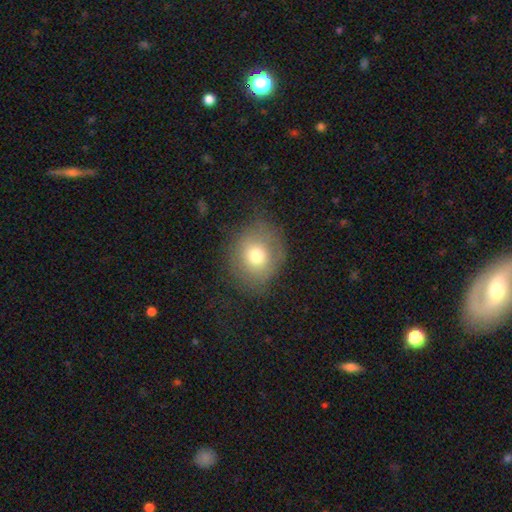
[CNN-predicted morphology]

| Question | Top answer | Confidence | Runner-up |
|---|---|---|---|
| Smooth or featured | smooth | 71% | featured or disk (18%) |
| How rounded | round | 73% | in between (26%) |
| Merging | none | 66% | minor disturbance (21%) |